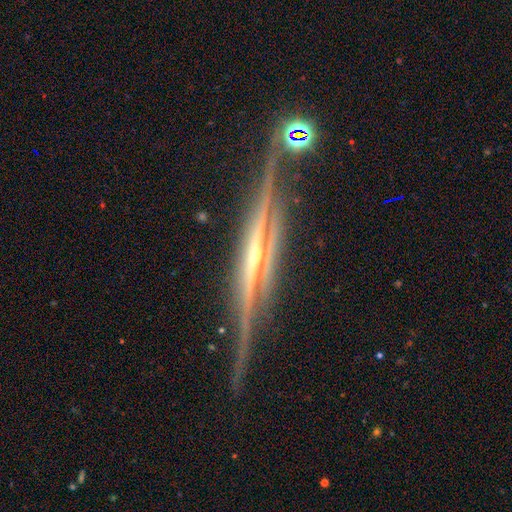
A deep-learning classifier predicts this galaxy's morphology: Smooth or featured?
  - featured or disk: 84% *
  - star or artifact: 9%
  - smooth: 7%
Edge-on disk?
  - yes: 95% *
  - no: 5%
Edge-on bulge?
  - rounded: 58% *
  - none: 23%
  - boxy: 18%
Merging?
  - none: 76% *
  - minor disturbance: 15%
  - major disturbance: 5%
  - merger: 4%